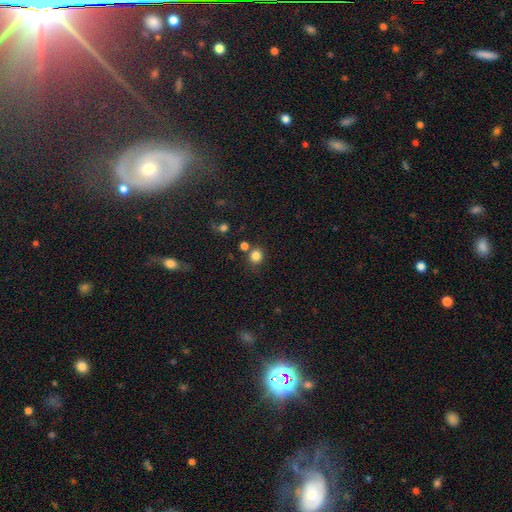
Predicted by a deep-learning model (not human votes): smooth_or_featured: smooth (p=0.82) [alt: star or artifact p=0.13]
how_rounded: round (p=0.83) [alt: in between p=0.16]
merging: none (p=0.73) [alt: merger p=0.12]